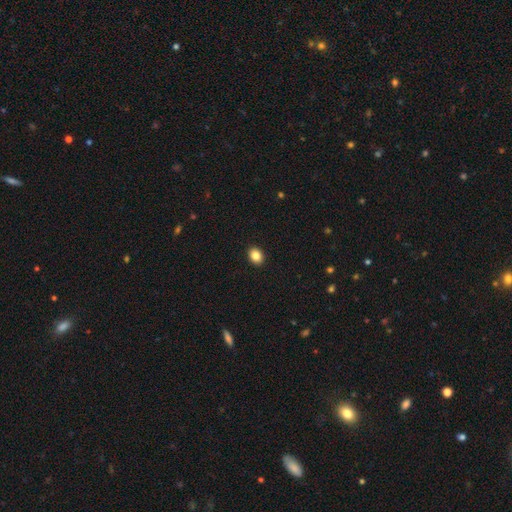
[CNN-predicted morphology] smooth 86%, star or artifact 9%, featured or disk 5%. Down the decision tree: how rounded — in between (57%); merging — none (92%).